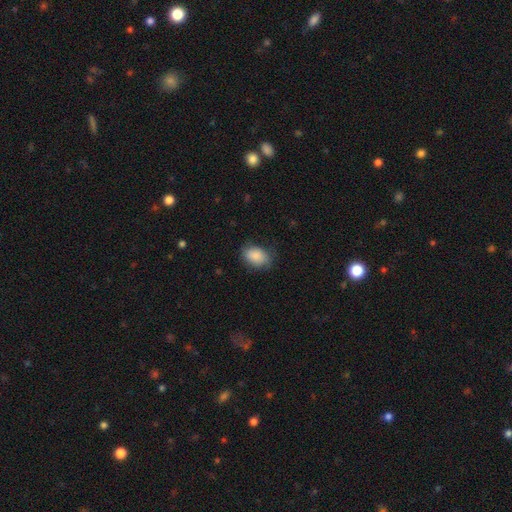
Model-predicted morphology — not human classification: smooth-or-featured: smooth: 87% | star or artifact: 7% | featured or disk: 6%
  how-rounded: in between: 80% | round: 18% | cigar-shaped: 1%
  merging: none: 72% | minor disturbance: 21% | major disturbance: 6% | merger: 1%